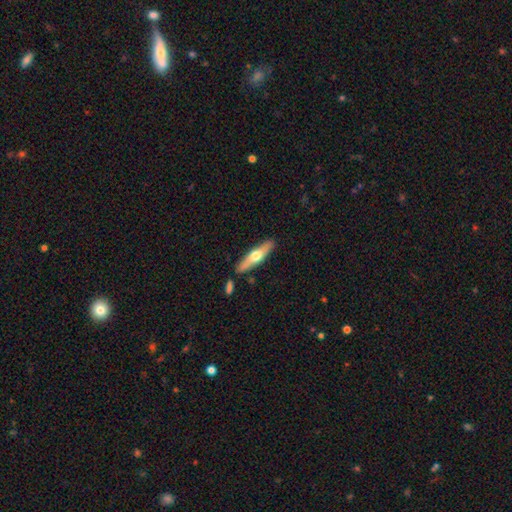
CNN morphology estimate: type=featured or disk (49%); merging=none (84%).